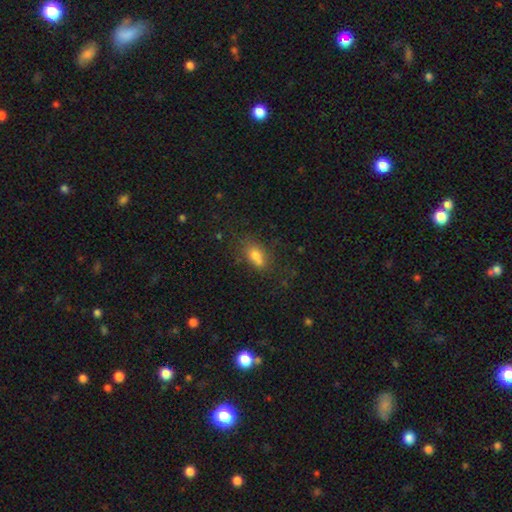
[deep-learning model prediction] The model was most divided on "merging": none: 48%, merger: 26%, minor disturbance: 18%, major disturbance: 8%. More confident: how rounded — in between (74%); smooth or featured — smooth (73%).